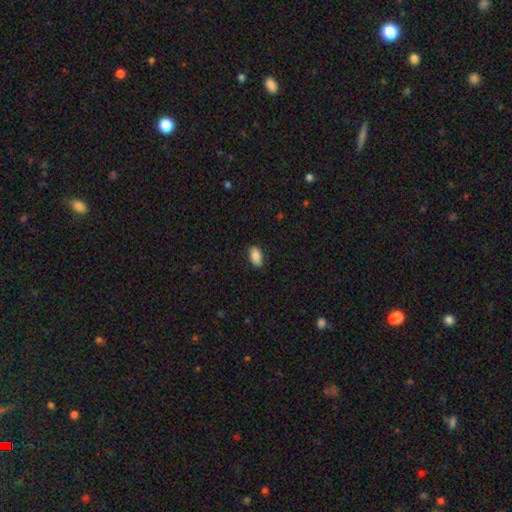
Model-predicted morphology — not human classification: smooth 83%, featured or disk 9%, star or artifact 7%. Down the decision tree: how rounded — in between (92%); merging — none (85%).